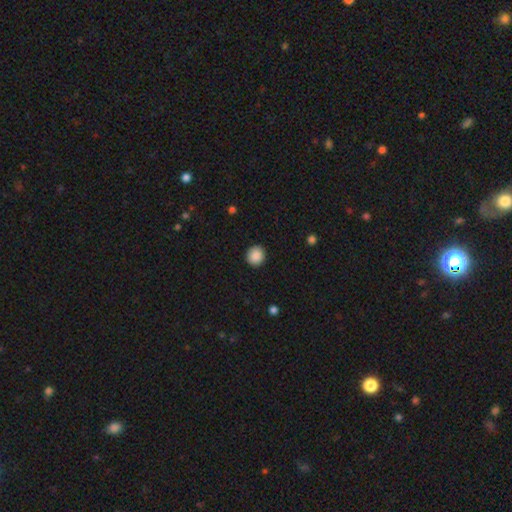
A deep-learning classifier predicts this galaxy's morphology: A smooth galaxy with no disk features (89%) that is round (88%).

Vote fractions:
- Smooth or featured? smooth: 89% / star or artifact: 9% / featured or disk: 3%
- How rounded? round: 88% / in between: 11% / cigar-shaped: 1%
- Merging? none: 92% / minor disturbance: 6% / major disturbance: 2% / merger: 1%